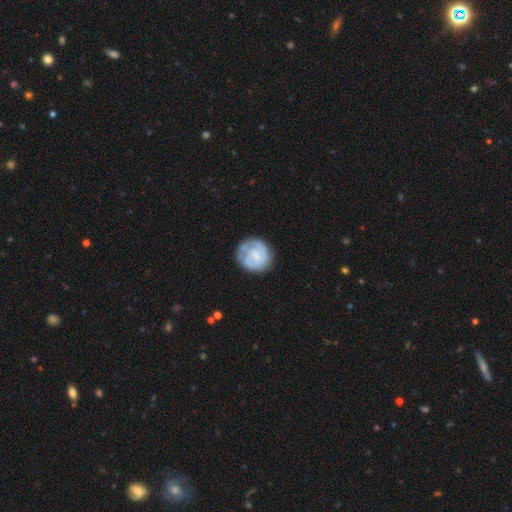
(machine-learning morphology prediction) Smooth or featured?
  - featured or disk: 64% *
  - smooth: 31%
  - star or artifact: 5%
Edge-on disk?
  - no: 98% *
  - yes: 2%
Bar?
  - no: 62% *
  - weak: 33%
  - strong: 5%
Spiral arms?
  - yes: 87% *
  - no: 13%
Spiral winding?
  - tight: 64% *
  - medium: 27%
  - loose: 9%
Spiral arm count?
  - 2: 38% *
  - can't tell: 30%
  - 1: 13%
  - 3: 13%
  - 4: 3%
  - more than 4: 3%
Bulge size?
  - small: 52% *
  - moderate: 23%
  - none: 21%
  - large: 3%
  - dominant: 1%
Merging?
  - none: 74% *
  - minor disturbance: 17%
  - major disturbance: 7%
  - merger: 1%